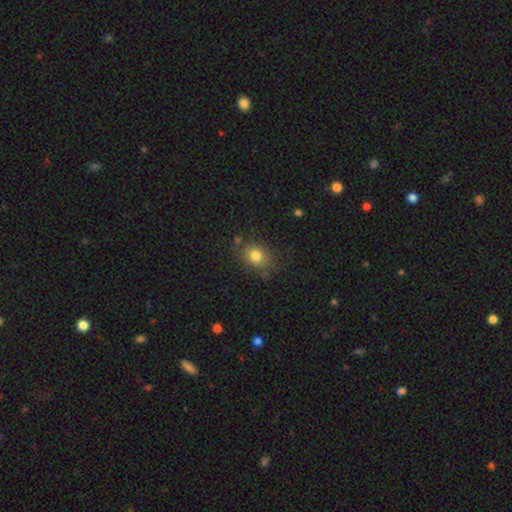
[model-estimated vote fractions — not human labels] A smooth galaxy with no disk features (79%) that is round (56%). Merging: none (76%).